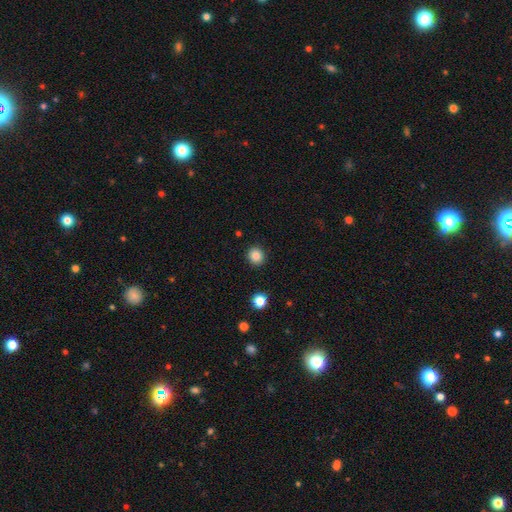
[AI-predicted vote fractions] This appears to be a smooth galaxy with no disk features (85%) that is round (85%). Merging: none (91%).